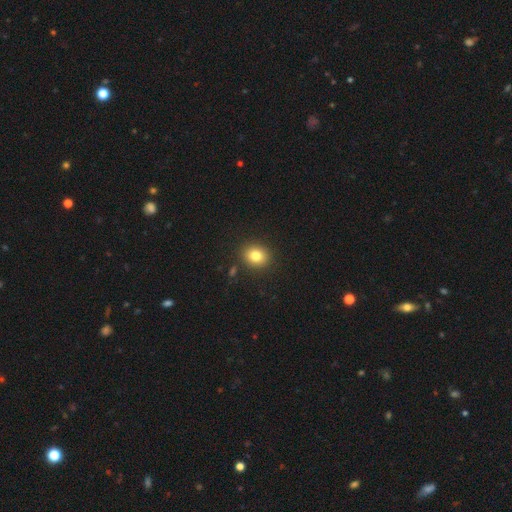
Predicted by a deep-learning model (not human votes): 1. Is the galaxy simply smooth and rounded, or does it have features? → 81% smooth, 11% star or artifact, 8% featured or disk.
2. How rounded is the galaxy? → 67% round, 32% in between, 1% cigar-shaped.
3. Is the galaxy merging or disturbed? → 88% none, 7% minor disturbance, 2% major disturbance, 2% merger.